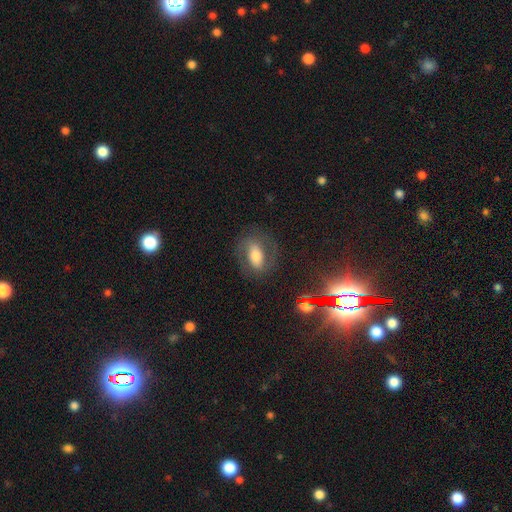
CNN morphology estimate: smooth-or-featured: featured or disk: 49% | smooth: 39% | star or artifact: 12%
  merging: none: 74% | minor disturbance: 14% | major disturbance: 10% | merger: 1%